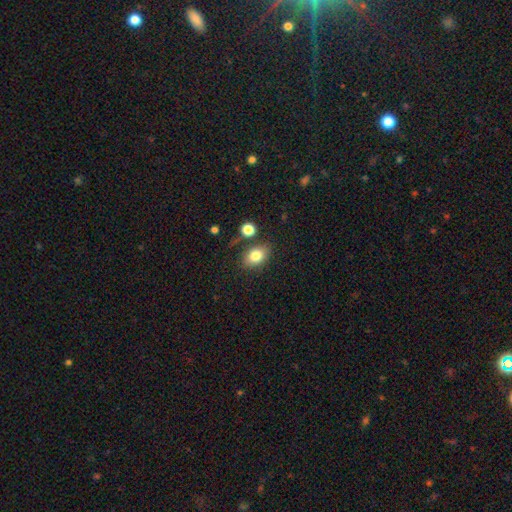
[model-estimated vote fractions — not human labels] smooth 80%, featured or disk 10%, star or artifact 10%. Down the decision tree: how rounded — in between (75%); merging — none (75%).